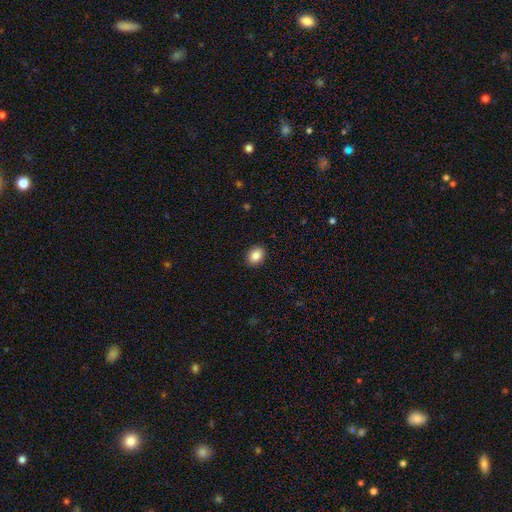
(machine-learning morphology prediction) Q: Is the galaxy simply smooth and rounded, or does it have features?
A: smooth — 86%.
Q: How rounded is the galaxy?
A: in between — 59%.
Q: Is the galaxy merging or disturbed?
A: none — 91%.